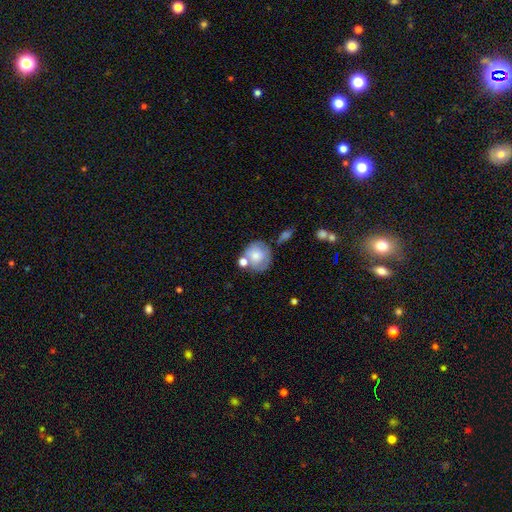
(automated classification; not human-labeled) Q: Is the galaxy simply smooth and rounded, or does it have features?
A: smooth — 68%.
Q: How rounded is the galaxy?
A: round — 81%.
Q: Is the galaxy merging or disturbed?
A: none — 51%.